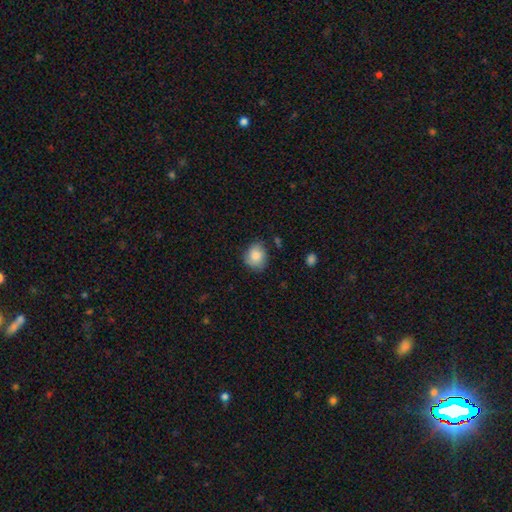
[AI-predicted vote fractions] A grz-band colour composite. It shows a smooth galaxy with no disk features (85%) that is round (61%). Merging: none (74%).